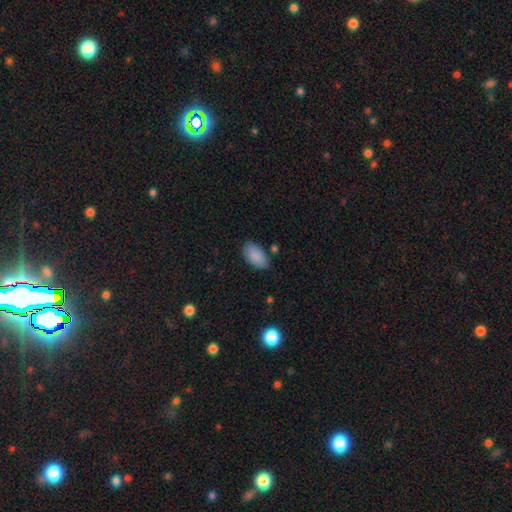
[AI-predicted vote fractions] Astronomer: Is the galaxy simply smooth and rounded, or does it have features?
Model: smooth — 89%.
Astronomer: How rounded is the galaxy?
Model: in between — 94%.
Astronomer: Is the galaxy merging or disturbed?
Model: none — 80%.